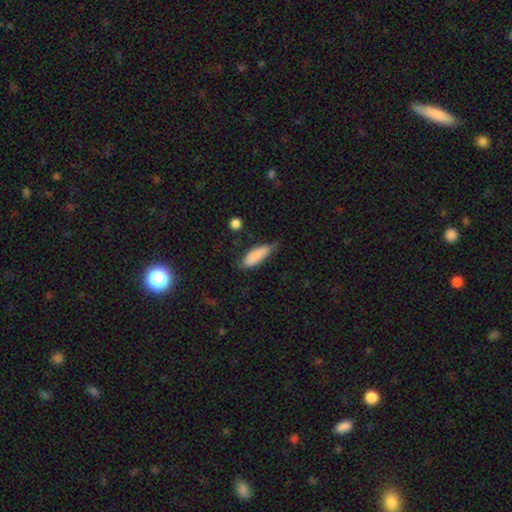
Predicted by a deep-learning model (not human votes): Smooth or featured? Predicted: smooth (p=0.83). How rounded? Predicted: in between (p=0.62). Merging? Predicted: none (p=0.47).